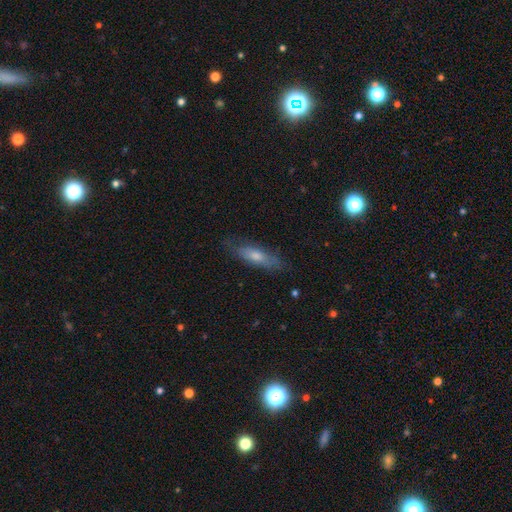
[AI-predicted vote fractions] A smooth galaxy with no disk features (50%) that is cigar-shaped (62%). Merging: none (78%).